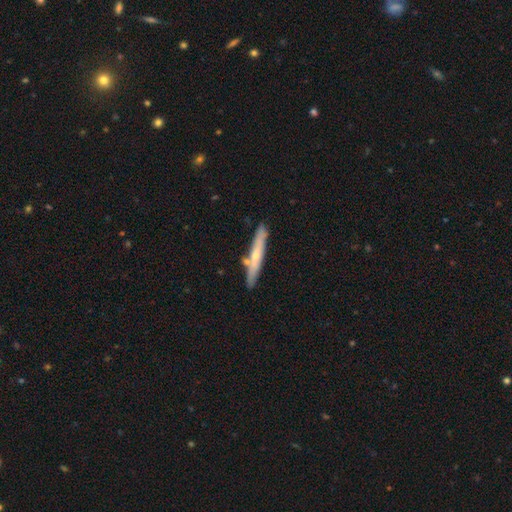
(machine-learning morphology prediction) Smooth or featured? Predicted: featured or disk (p=0.48). Merging? Predicted: none (p=0.78).